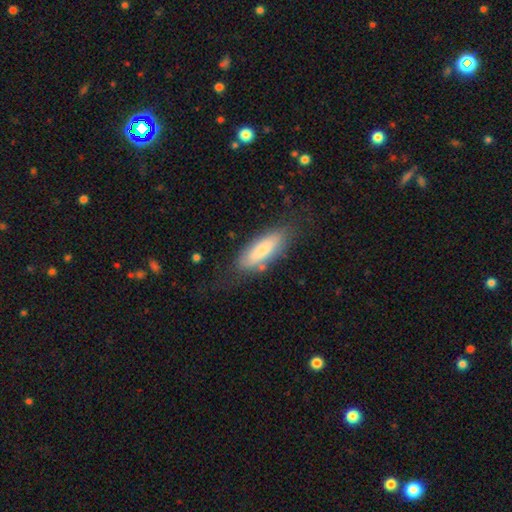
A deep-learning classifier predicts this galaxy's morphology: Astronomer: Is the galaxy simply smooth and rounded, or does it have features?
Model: smooth — 72%.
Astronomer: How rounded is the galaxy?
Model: in between — 66%.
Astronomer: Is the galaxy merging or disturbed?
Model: none — 69%.